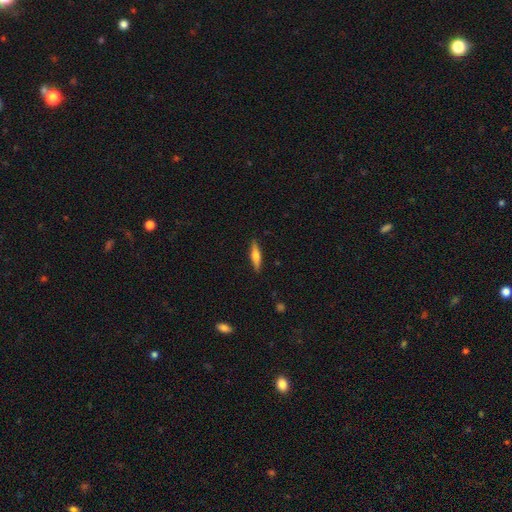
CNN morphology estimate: Smooth or featured? Predicted: featured or disk (p=0.50). Merging? Predicted: none (p=0.89).